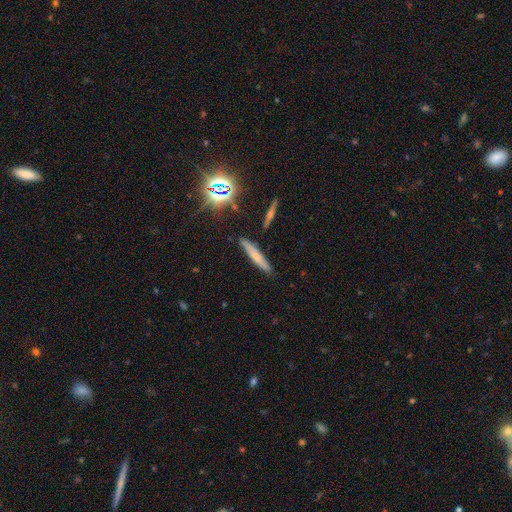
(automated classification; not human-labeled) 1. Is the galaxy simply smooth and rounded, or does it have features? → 61% smooth, 26% featured or disk, 13% star or artifact.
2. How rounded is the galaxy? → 91% cigar-shaped, 7% in between, 2% round.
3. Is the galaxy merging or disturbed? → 84% none, 10% minor disturbance, 3% merger, 2% major disturbance.